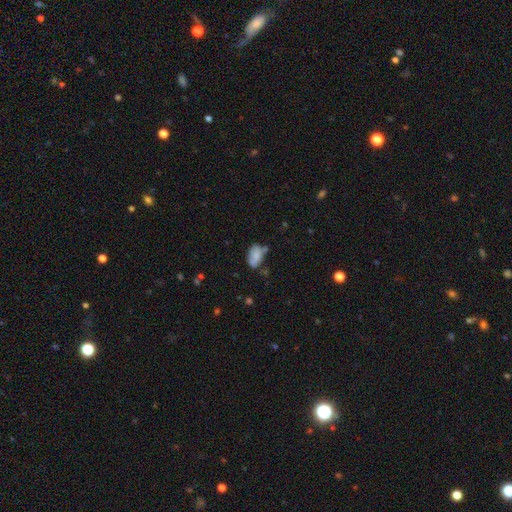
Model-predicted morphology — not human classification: A smooth galaxy with no disk features (72%) that is in between round and cigar-shaped (89%).

Vote fractions:
- Smooth or featured? smooth: 72% / featured or disk: 20% / star or artifact: 9%
- How rounded? in between: 89% / round: 9% / cigar-shaped: 2%
- Merging? none: 51% / minor disturbance: 29% / merger: 12% / major disturbance: 9%